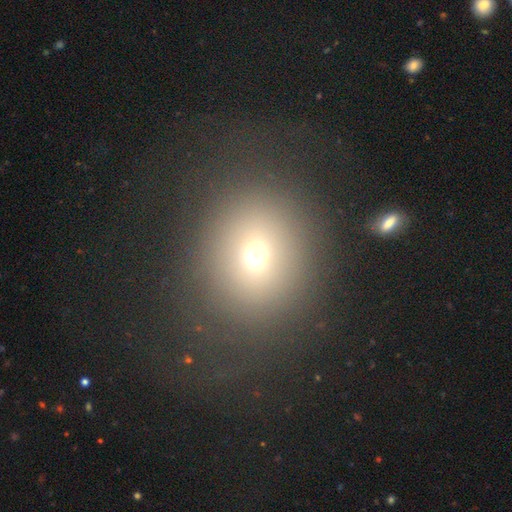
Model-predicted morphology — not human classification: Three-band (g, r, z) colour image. It shows a smooth galaxy with no disk features (66%) that is round (76%). Merging: none (75%).